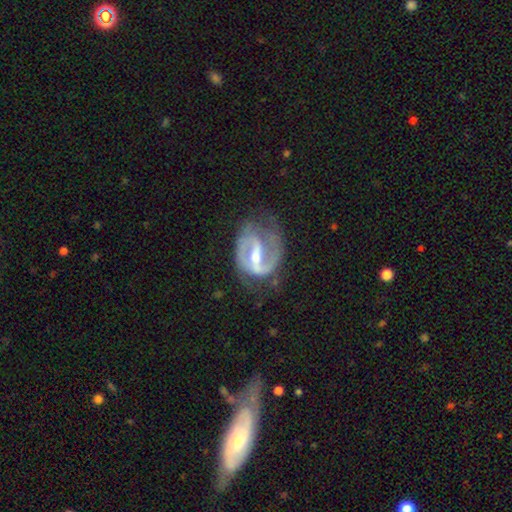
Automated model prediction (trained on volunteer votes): A featured or disk galaxy (88%) with a strong bar (57%), 2 (77%) medium (51%) spiral arms (93%) and a moderate central bulge (56%). Merging: none (56%).